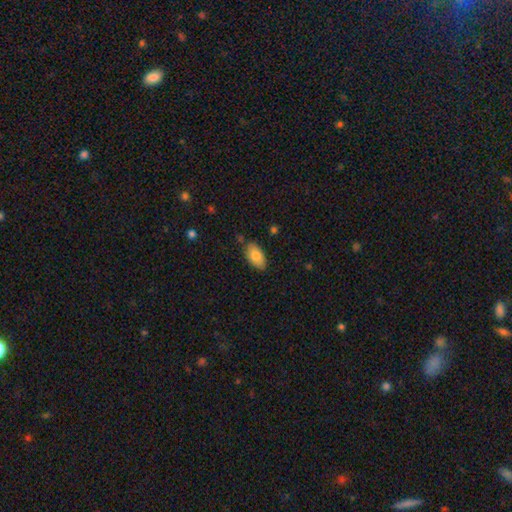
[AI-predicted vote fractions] Smooth or featured?
  - smooth: 80% *
  - featured or disk: 13%
  - star or artifact: 7%
How rounded?
  - in between: 94% *
  - round: 4%
  - cigar-shaped: 2%
Merging?
  - none: 81% *
  - minor disturbance: 14%
  - major disturbance: 2%
  - merger: 2%